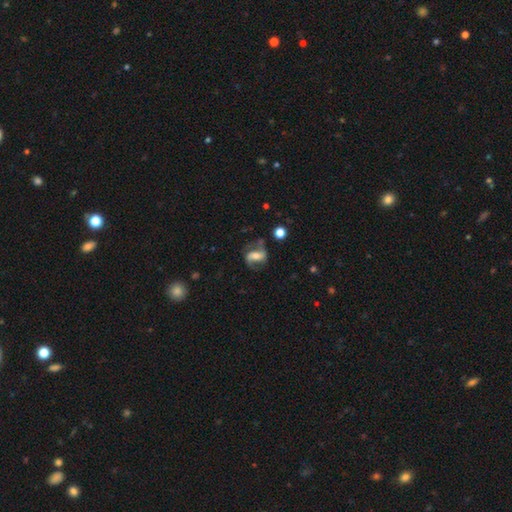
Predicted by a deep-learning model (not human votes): Smooth or featured? featured or disk (70%)
Edge-on disk? no (95%)
Bar? strong (42%)
Spiral arms? yes (87%)
Spiral winding? medium (42%)
Spiral arm count? 2 (87%)
Bulge size? moderate (52%)
Merging? none (63%)